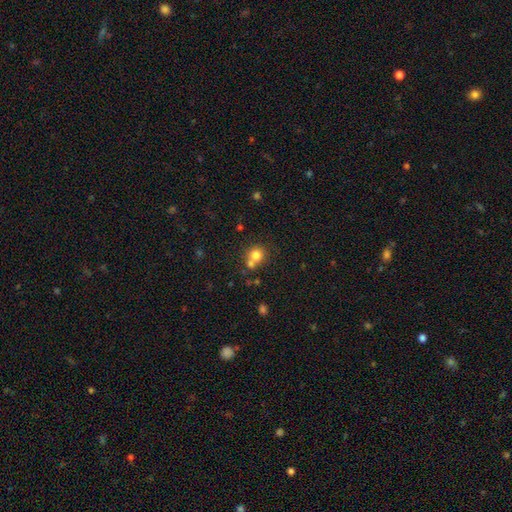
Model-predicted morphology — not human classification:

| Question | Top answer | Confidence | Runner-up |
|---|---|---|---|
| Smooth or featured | smooth | 78% | star or artifact (12%) |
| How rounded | round | 85% | in between (14%) |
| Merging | none | 50% | merger (38%) |